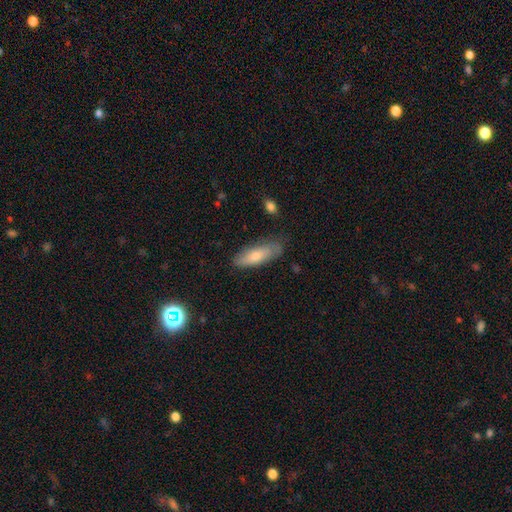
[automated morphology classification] Smooth or featured? smooth (67%)
How rounded? in between (54%)
Merging? none (76%)